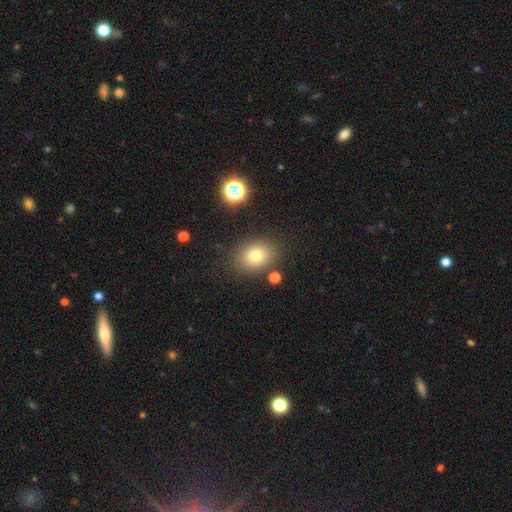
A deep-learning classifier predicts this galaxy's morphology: Smooth or featured?
  - smooth: 77% *
  - star or artifact: 13%
  - featured or disk: 10%
How rounded?
  - in between: 60% *
  - round: 39%
  - cigar-shaped: 1%
Merging?
  - none: 82% *
  - minor disturbance: 10%
  - merger: 4%
  - major disturbance: 4%